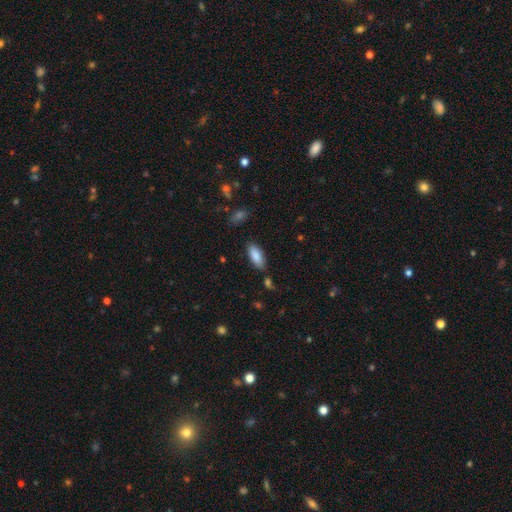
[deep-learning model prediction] This is clearly a smooth galaxy (86%). How rounded: clearly in between (81%). Merging: likely none (80%).